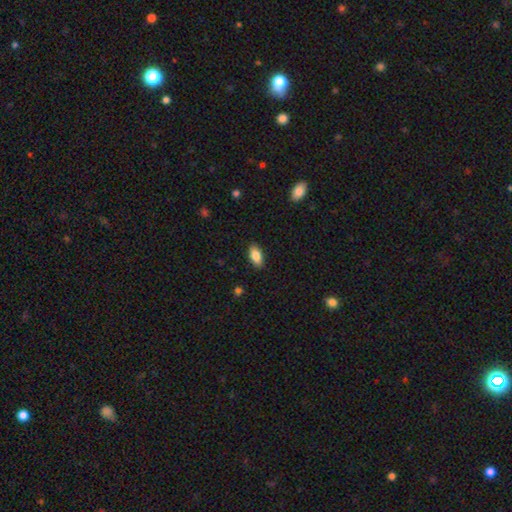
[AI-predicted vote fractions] This appears to be a smooth galaxy with no disk features (83%) that is in between round and cigar-shaped (90%). Merging: none (89%).